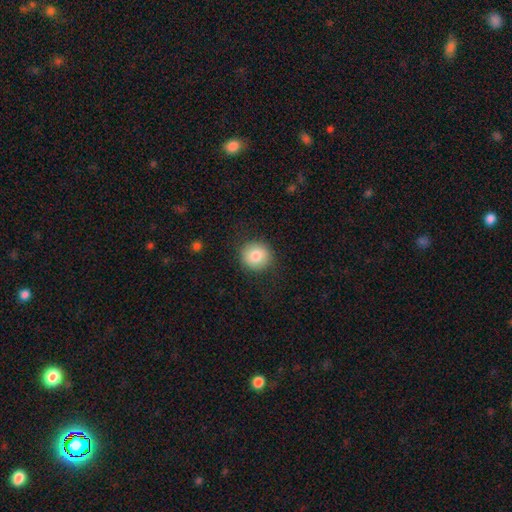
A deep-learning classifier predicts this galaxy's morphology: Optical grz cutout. It shows a smooth galaxy with no disk features (83%) that is round (91%). Merging: none (88%).